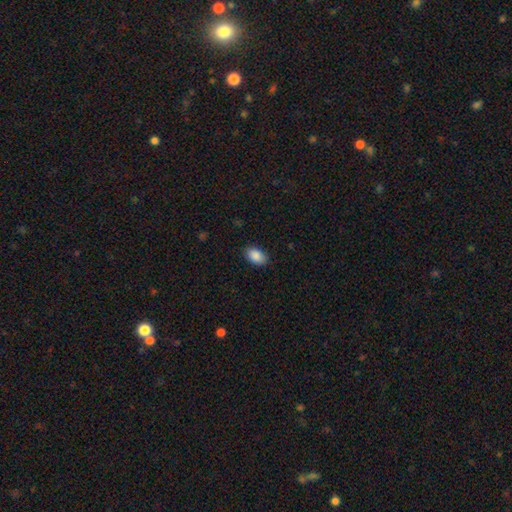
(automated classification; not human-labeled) smooth_or_featured: smooth (p=0.89) [alt: star or artifact p=0.07]
how_rounded: in between (p=0.91) [alt: round p=0.07]
merging: none (p=0.87) [alt: minor disturbance p=0.10]